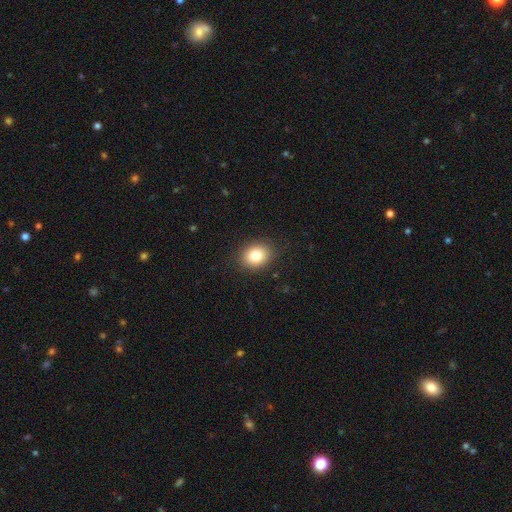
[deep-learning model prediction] smooth 82%, star or artifact 10%, featured or disk 8%. Down the decision tree: how rounded — round (54%); merging — none (89%).